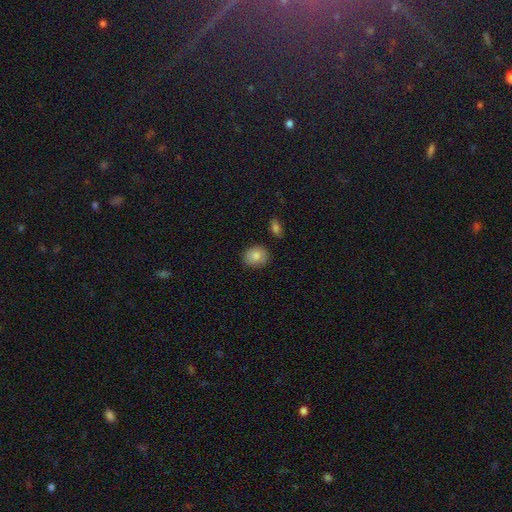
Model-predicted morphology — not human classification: smooth_or_featured: smooth (p=0.84) [alt: featured or disk p=0.08]
how_rounded: round (p=0.62) [alt: in between p=0.37]
merging: none (p=0.84) [alt: minor disturbance p=0.11]